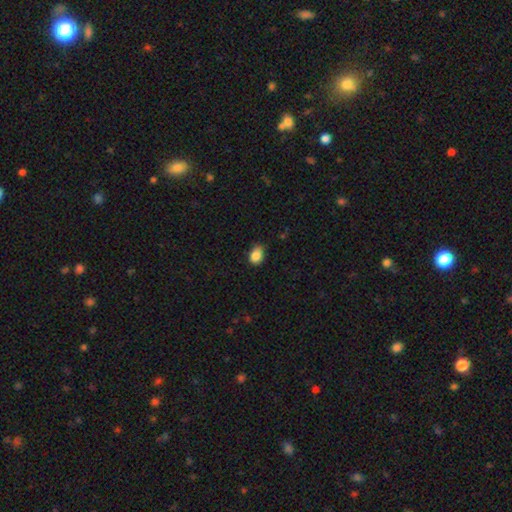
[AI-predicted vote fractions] Smooth or featured? Predicted: smooth (p=0.86). How rounded? Predicted: in between (p=0.69). Merging? Predicted: none (p=0.73).